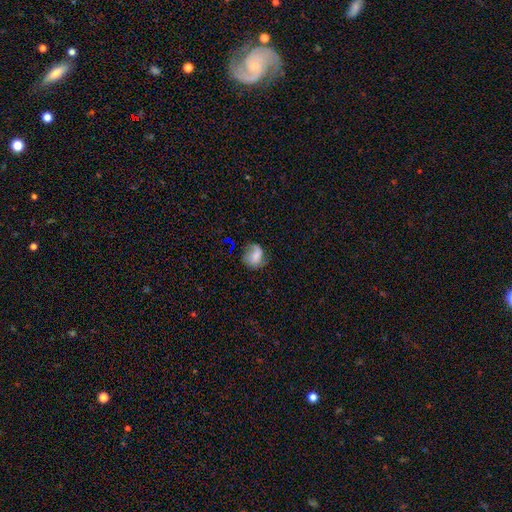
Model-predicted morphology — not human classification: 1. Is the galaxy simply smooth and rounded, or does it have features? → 62% smooth, 28% featured or disk, 10% star or artifact.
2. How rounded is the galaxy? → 56% round, 43% in between, 2% cigar-shaped.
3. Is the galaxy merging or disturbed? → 51% none, 29% minor disturbance, 18% major disturbance, 2% merger.